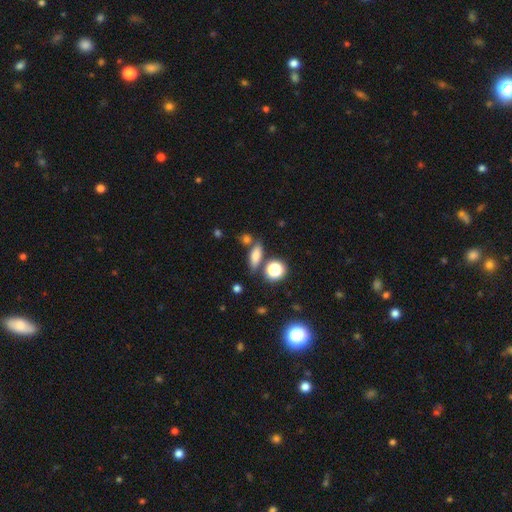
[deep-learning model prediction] smooth-or-featured: smooth: 73% | star or artifact: 15% | featured or disk: 13%
  how-rounded: in between: 54% | cigar-shaped: 34% | round: 12%
  merging: none: 68% | minor disturbance: 13% | merger: 13% | major disturbance: 5%